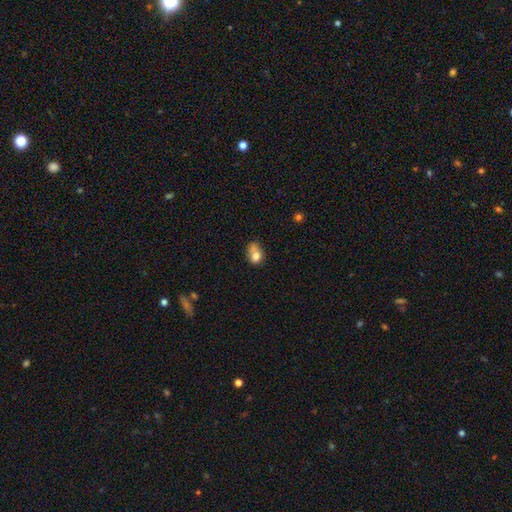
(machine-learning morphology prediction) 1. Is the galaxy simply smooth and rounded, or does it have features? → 73% smooth, 16% featured or disk, 11% star or artifact.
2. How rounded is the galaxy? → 59% in between, 39% round, 1% cigar-shaped.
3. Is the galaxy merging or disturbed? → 35% merger, 30% none, 22% minor disturbance, 13% major disturbance.